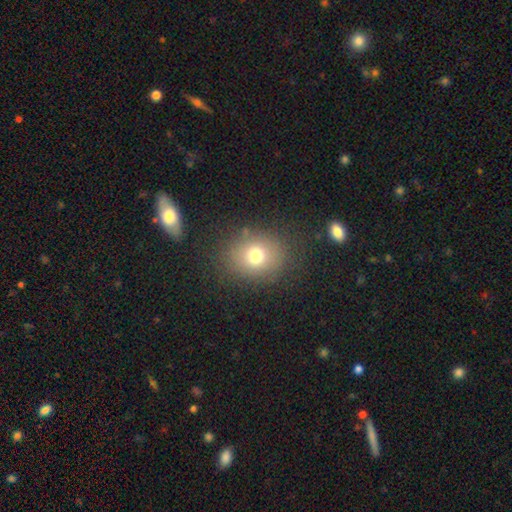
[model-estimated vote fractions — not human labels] Smooth or featured?
  - smooth: 72% *
  - star or artifact: 16%
  - featured or disk: 12%
How rounded?
  - round: 63% *
  - in between: 36%
  - cigar-shaped: 1%
Merging?
  - none: 81% *
  - minor disturbance: 11%
  - major disturbance: 6%
  - merger: 2%